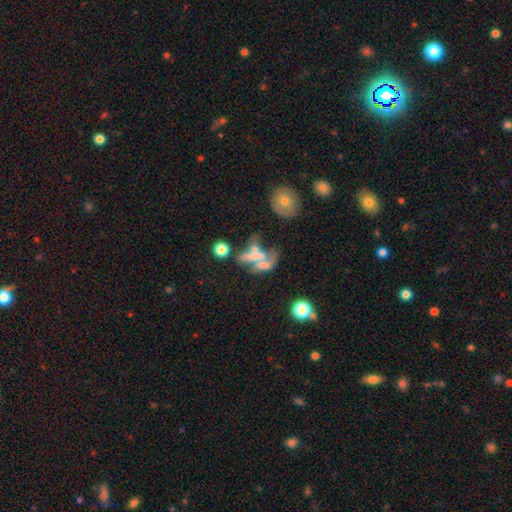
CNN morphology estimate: featured or disk 46%, smooth 39%, star or artifact 15%. Down the decision tree: merging — merger (53%).